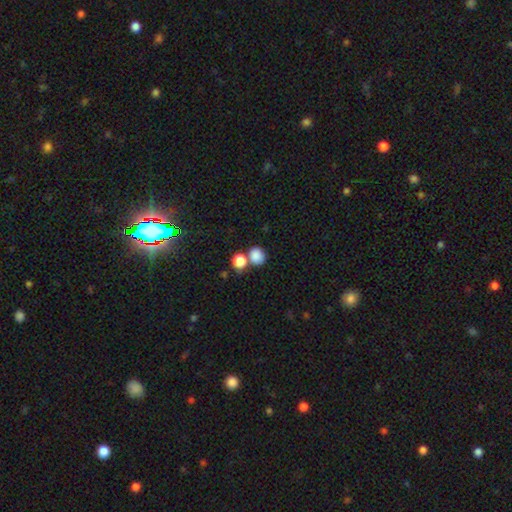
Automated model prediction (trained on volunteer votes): Smooth or featured?
  - smooth: 84% *
  - star or artifact: 11%
  - featured or disk: 5%
How rounded?
  - round: 77% *
  - in between: 22%
  - cigar-shaped: 1%
Merging?
  - none: 58% *
  - merger: 30%
  - minor disturbance: 9%
  - major disturbance: 3%